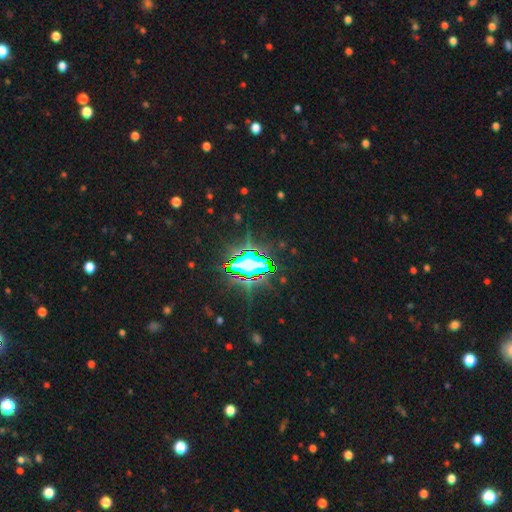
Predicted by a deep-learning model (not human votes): smooth-or-featured: star or artifact: 78% | smooth: 12% | featured or disk: 9%